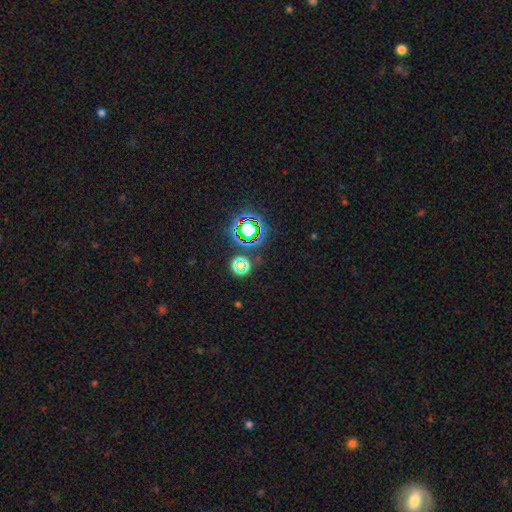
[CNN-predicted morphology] Smooth or featured? star or artifact (74%)